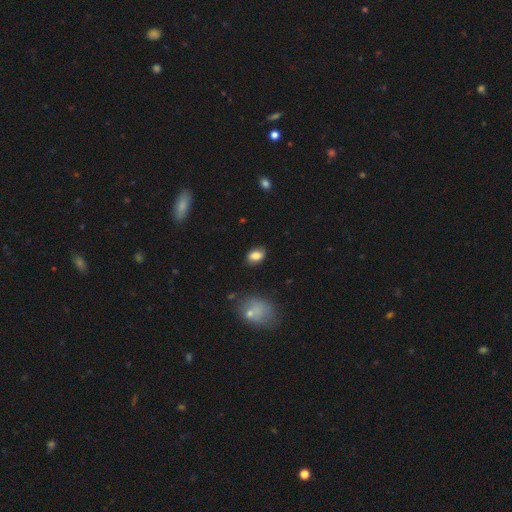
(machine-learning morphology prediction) This appears to be a smooth galaxy with no disk features (80%) that is in between round and cigar-shaped (85%). Merging: none (82%).